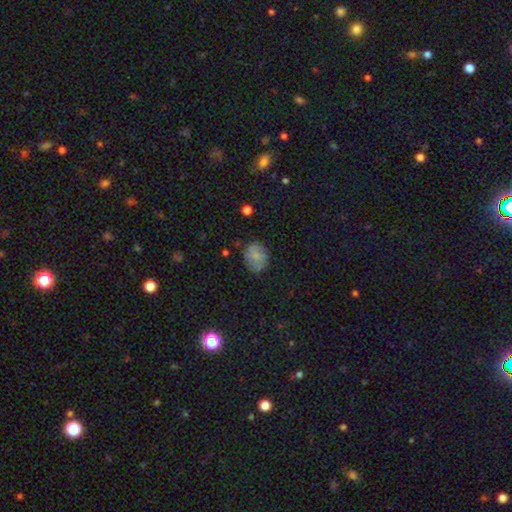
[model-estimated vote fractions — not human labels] Smooth or featured?
  - smooth: 70% *
  - featured or disk: 19%
  - star or artifact: 10%
How rounded?
  - in between: 50% *
  - round: 48%
  - cigar-shaped: 1%
Merging?
  - none: 72% *
  - minor disturbance: 20%
  - major disturbance: 6%
  - merger: 2%